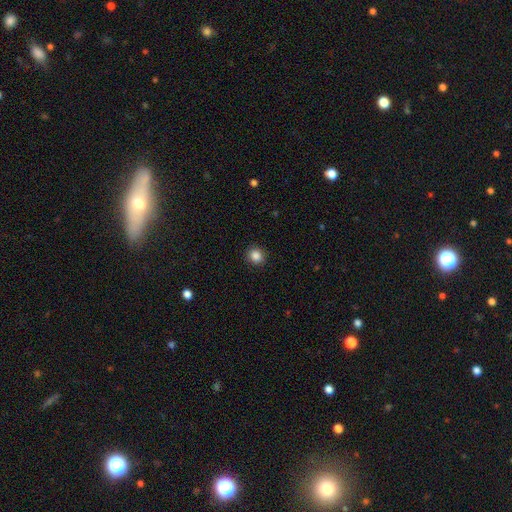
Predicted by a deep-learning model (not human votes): Overall: smooth (86%). How rounded: round (85%). Merging: none (91%).